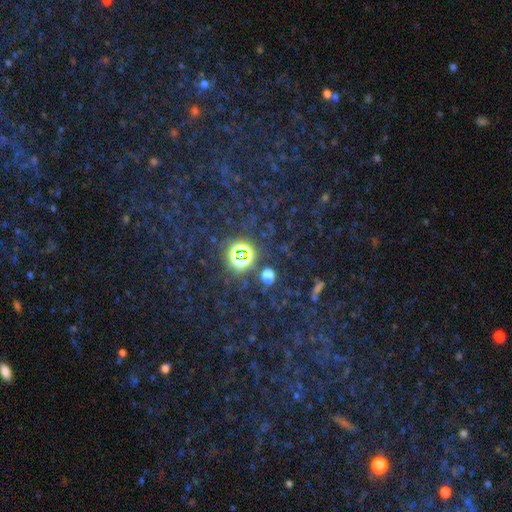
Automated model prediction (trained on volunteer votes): This appears to be a star or artifact, not a galaxy (72%).